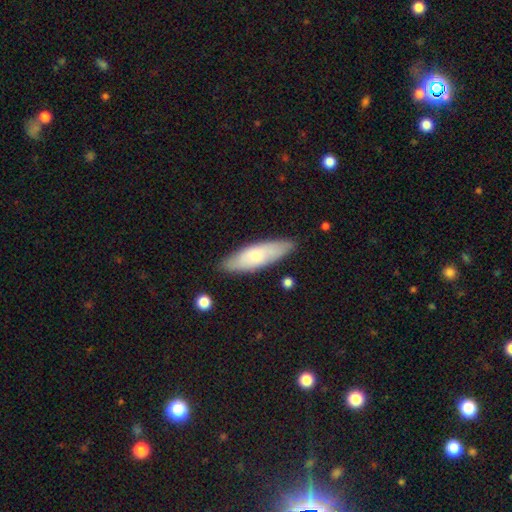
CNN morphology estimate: smooth_or_featured: smooth (p=0.64) [alt: featured or disk p=0.30]
how_rounded: cigar-shaped (p=0.51) [alt: in between p=0.48]
merging: none (p=0.84) [alt: minor disturbance p=0.12]